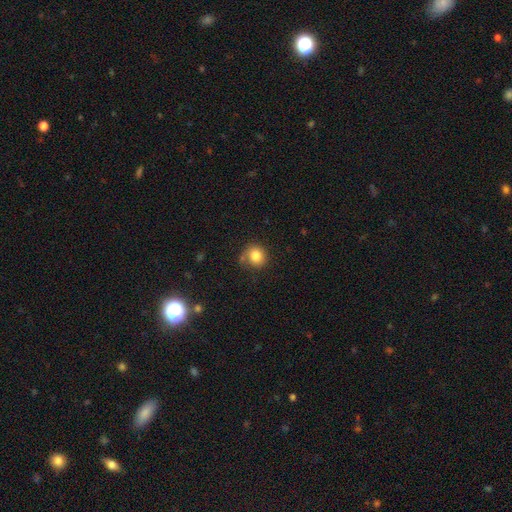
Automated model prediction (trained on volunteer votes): This is clearly a smooth galaxy (83%). How rounded: clearly round (83%). Merging: likely none (70%).